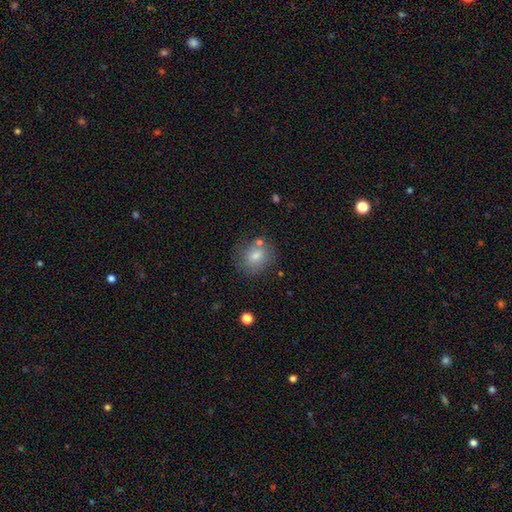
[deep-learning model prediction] smooth_or_featured: smooth (p=0.75) [alt: featured or disk p=0.13]
how_rounded: round (p=0.69) [alt: in between p=0.29]
merging: none (p=0.72) [alt: minor disturbance p=0.14]